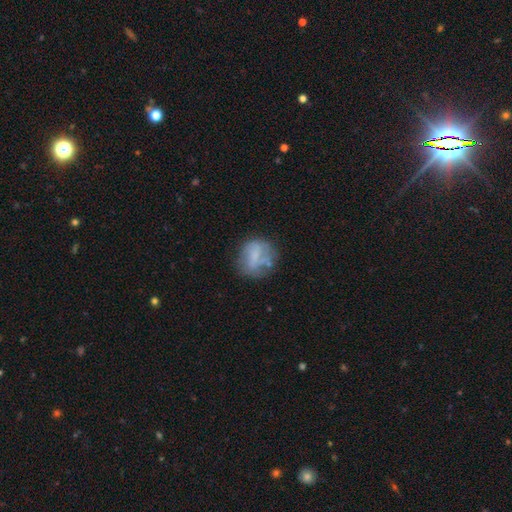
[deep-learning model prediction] Smooth or featured? smooth (53%)
How rounded? round (72%)
Merging? none (54%)